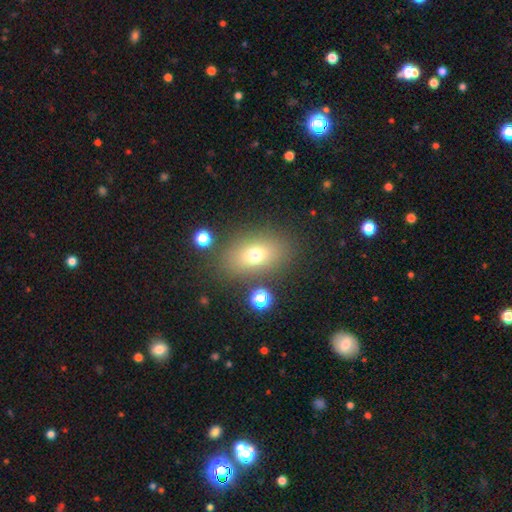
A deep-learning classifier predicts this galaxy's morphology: The model was most divided on "smooth or featured": smooth: 71%, featured or disk: 15%, star or artifact: 14%. More confident: merging — none (80%); how rounded — in between (78%).